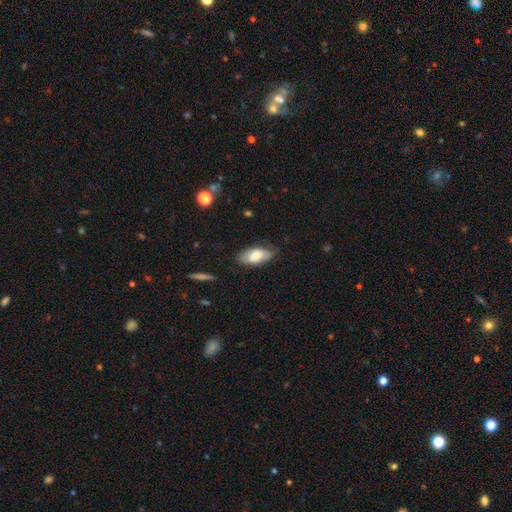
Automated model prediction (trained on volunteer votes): Smooth or featured: smooth — 73% (featured or disk — 21%)
How rounded: in between — 89% (cigar-shaped — 9%)
Merging: none — 74% (minor disturbance — 21%)